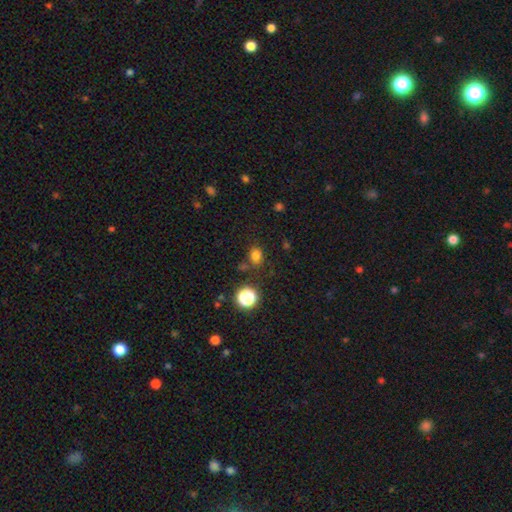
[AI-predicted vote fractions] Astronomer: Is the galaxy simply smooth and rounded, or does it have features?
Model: smooth — 76%.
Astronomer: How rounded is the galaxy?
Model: round — 55% (runner-up: in between, 44%).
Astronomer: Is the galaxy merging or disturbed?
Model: none — 74%.